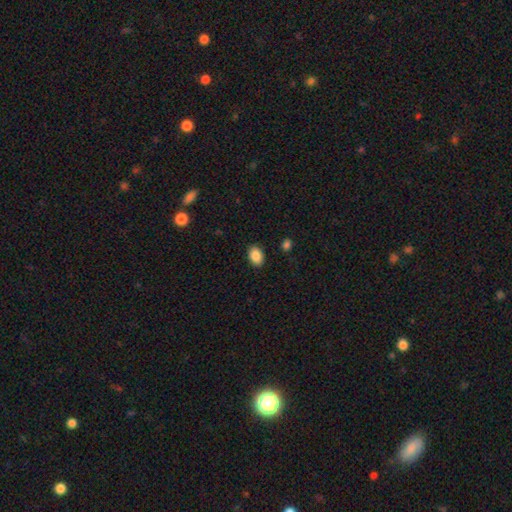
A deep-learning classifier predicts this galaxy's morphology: smooth_or_featured: smooth (p=0.88) [alt: star or artifact p=0.08]
how_rounded: in between (p=0.80) [alt: round p=0.19]
merging: none (p=0.88) [alt: minor disturbance p=0.08]